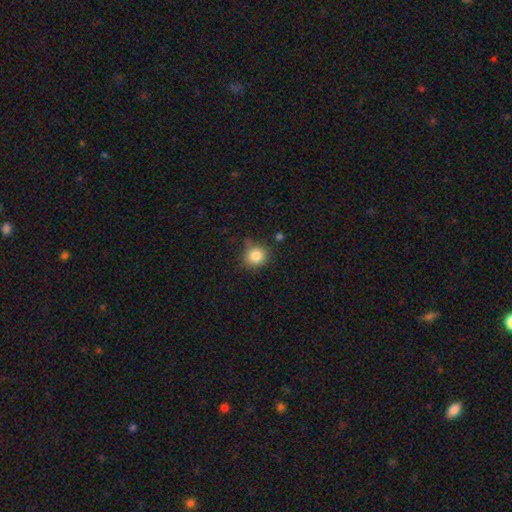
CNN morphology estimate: Smooth or featured? smooth (83%)
How rounded? round (84%)
Merging? none (73%)